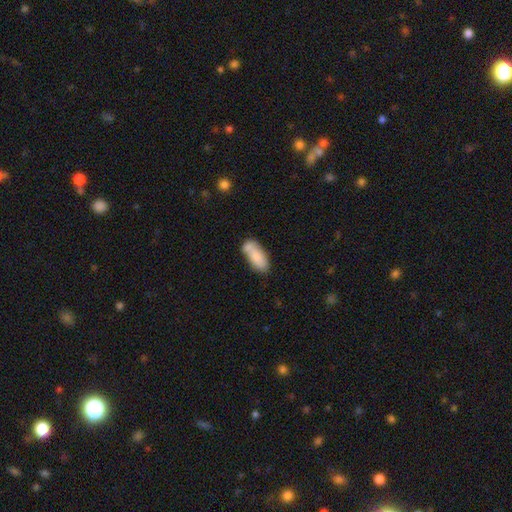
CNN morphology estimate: Smooth or featured?
  - smooth: 78% *
  - featured or disk: 15%
  - star or artifact: 7%
How rounded?
  - in between: 80% *
  - cigar-shaped: 18%
  - round: 2%
Merging?
  - none: 48% *
  - merger: 26%
  - minor disturbance: 21%
  - major disturbance: 6%